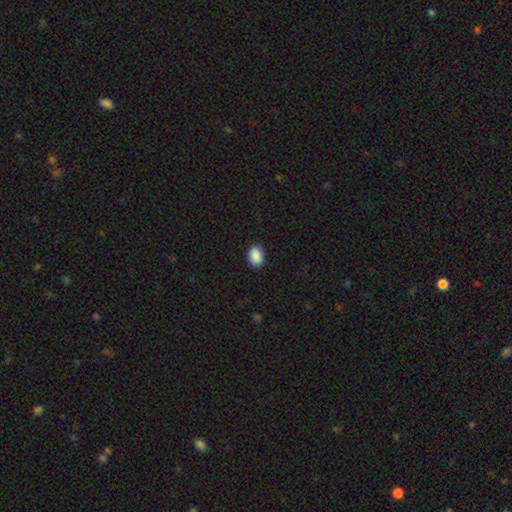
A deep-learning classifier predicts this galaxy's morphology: type=smooth (90%); roundness=in between (63%); merging=none (89%).